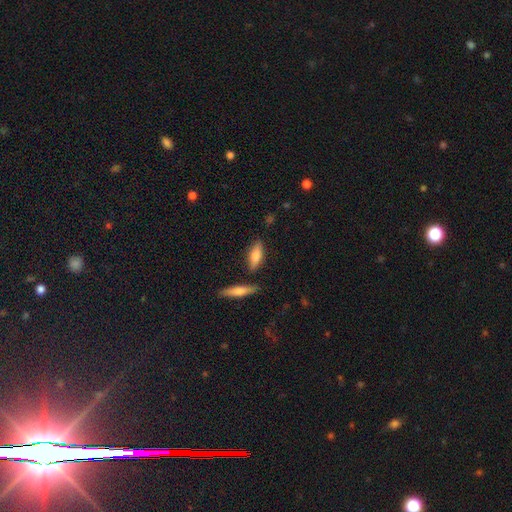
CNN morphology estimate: smooth-or-featured: smooth: 69% | featured or disk: 25% | star or artifact: 7%
  how-rounded: in between: 58% | cigar-shaped: 40% | round: 3%
  merging: none: 79% | minor disturbance: 12% | merger: 6% | major disturbance: 3%